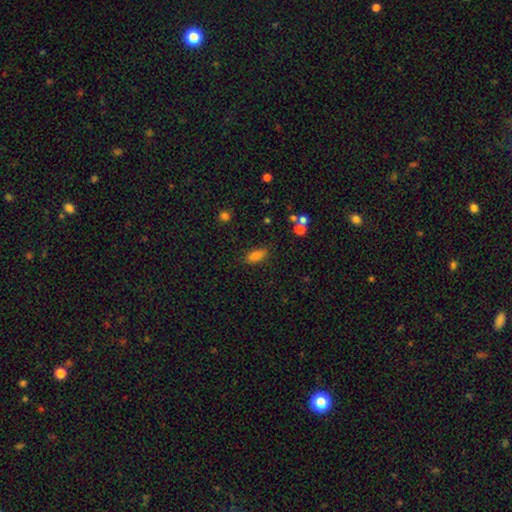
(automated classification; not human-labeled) Overall: smooth (83%). How rounded: in between (84%). Merging: none (82%).